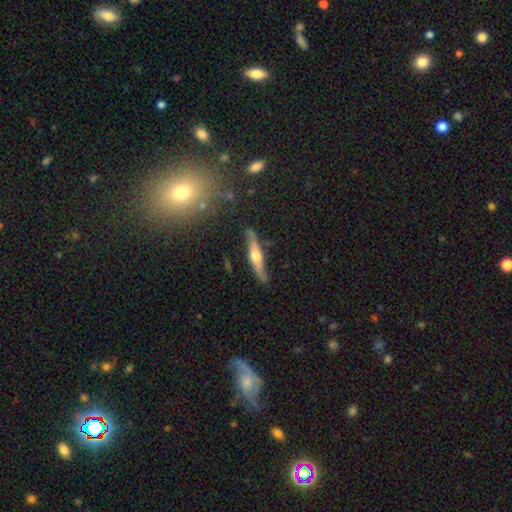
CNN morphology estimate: Overall: featured or disk (64%; smooth 31%). Edge-on disk: yes (91%). Edge-on bulge: rounded (89%). Merging: none (83%).